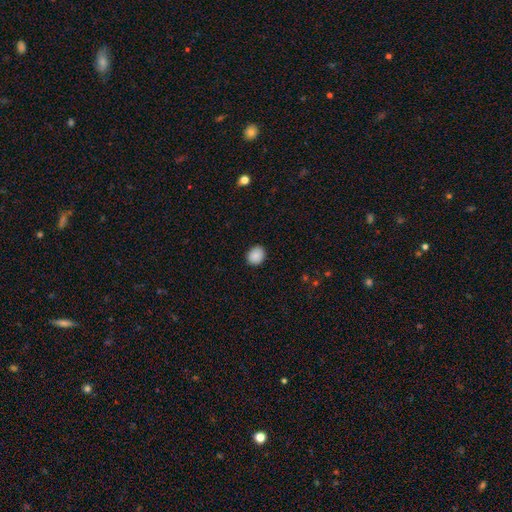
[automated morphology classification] smooth-or-featured: smooth: 89% | star or artifact: 8% | featured or disk: 3%
  how-rounded: round: 66% | in between: 33% | cigar-shaped: 1%
  merging: none: 89% | minor disturbance: 8% | major disturbance: 2% | merger: 1%